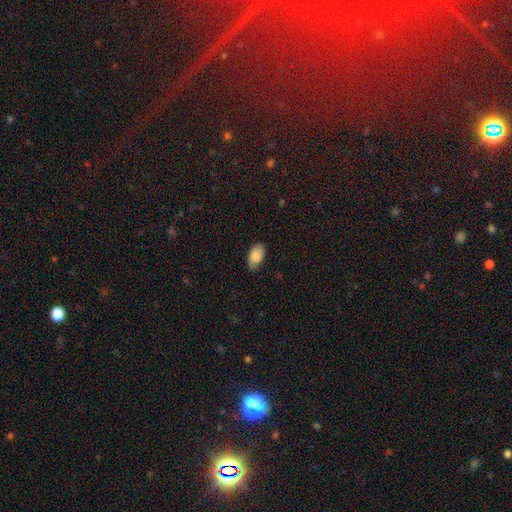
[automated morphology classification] A smooth galaxy with no disk features (87%) that is in between round and cigar-shaped (94%). Merging: none (76%).